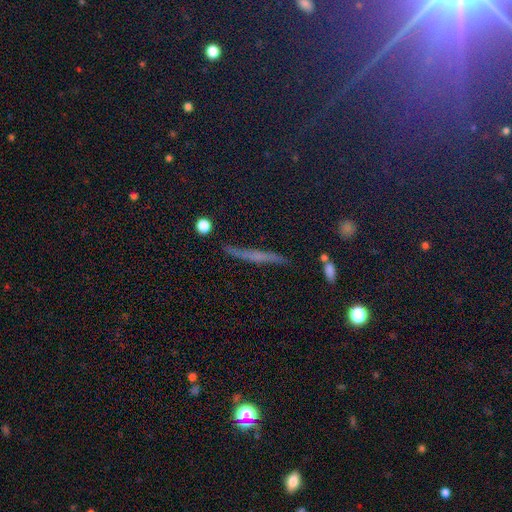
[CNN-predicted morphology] Q: Smooth or featured?
A: featured or disk (48%); runner-up: smooth (31%)
Q: Merging?
A: none (83%); runner-up: minor disturbance (11%)